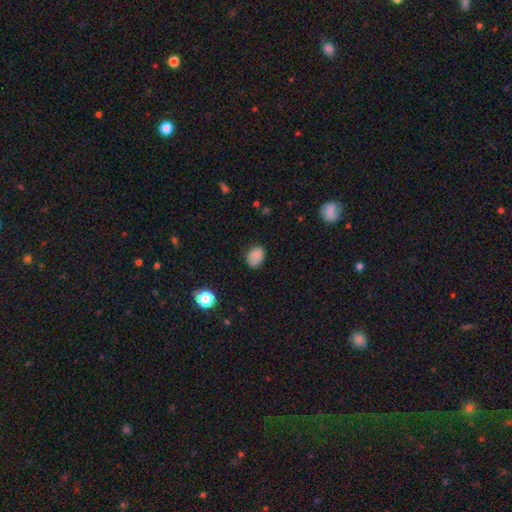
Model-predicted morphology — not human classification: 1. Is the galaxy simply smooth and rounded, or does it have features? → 83% smooth, 11% star or artifact, 7% featured or disk.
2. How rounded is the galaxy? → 66% in between, 33% round, 1% cigar-shaped.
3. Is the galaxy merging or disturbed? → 73% none, 21% minor disturbance, 4% major disturbance, 1% merger.